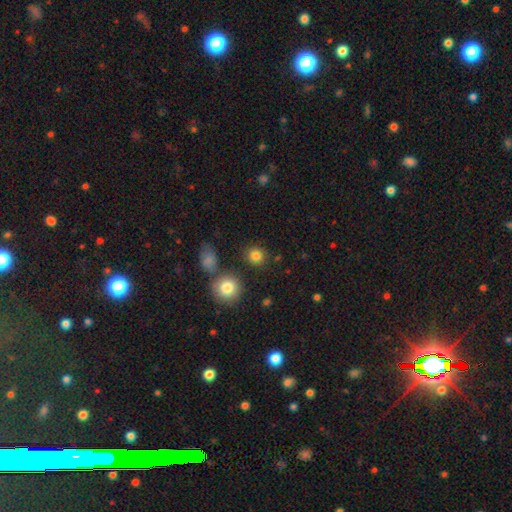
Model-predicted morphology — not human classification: The model was most divided on "smooth or featured": smooth: 83%, star or artifact: 11%, featured or disk: 5%. More confident: how rounded — round (88%); merging — none (85%).